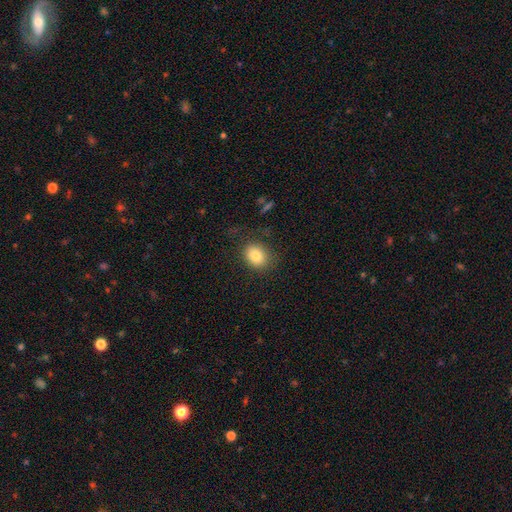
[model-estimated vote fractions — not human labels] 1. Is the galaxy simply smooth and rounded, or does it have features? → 82% smooth, 10% star or artifact, 8% featured or disk.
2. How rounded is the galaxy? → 50% in between, 49% round, 1% cigar-shaped.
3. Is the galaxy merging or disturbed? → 78% none, 14% minor disturbance, 7% major disturbance, 2% merger.